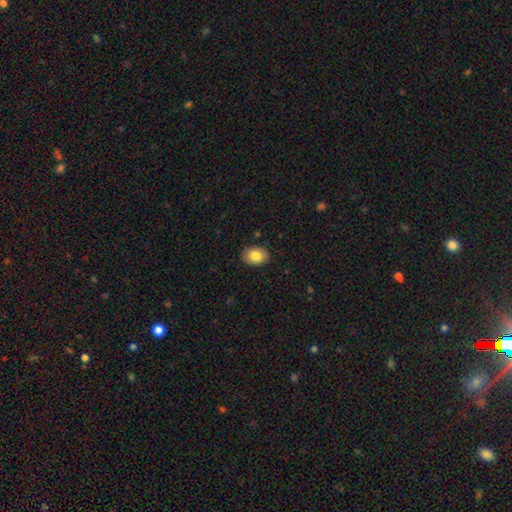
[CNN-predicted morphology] The model was most divided on "how rounded": in between: 74%, round: 25%, cigar-shaped: 1%. More confident: merging — none (88%); smooth or featured — smooth (83%).